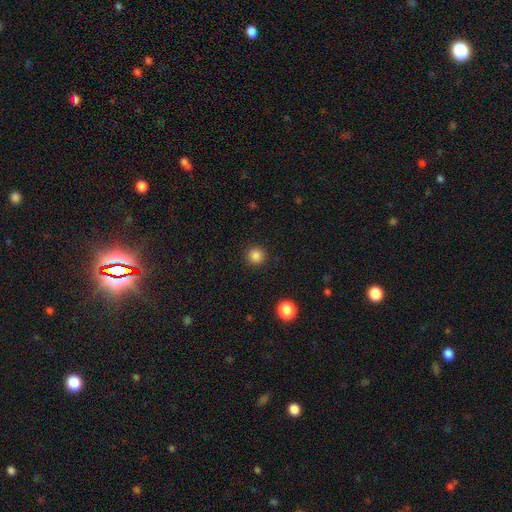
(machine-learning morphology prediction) Smooth or featured: smooth — 85% (star or artifact — 12%)
How rounded: round — 94% (in between — 5%)
Merging: none — 91% (minor disturbance — 5%)